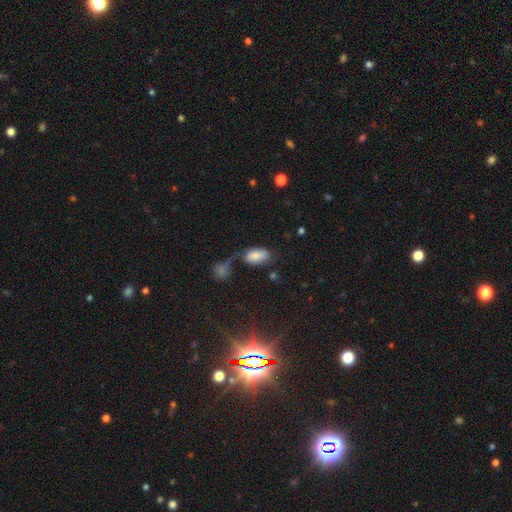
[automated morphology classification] This appears to be a smooth galaxy with no disk features (76%) that is in between round and cigar-shaped (93%). Merging: none (39%).